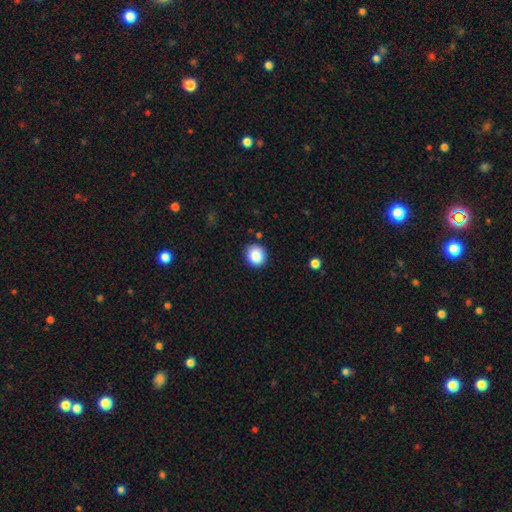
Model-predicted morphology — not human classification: This appears to be a smooth galaxy with no disk features (87%) that is round (86%). Merging: none (88%).